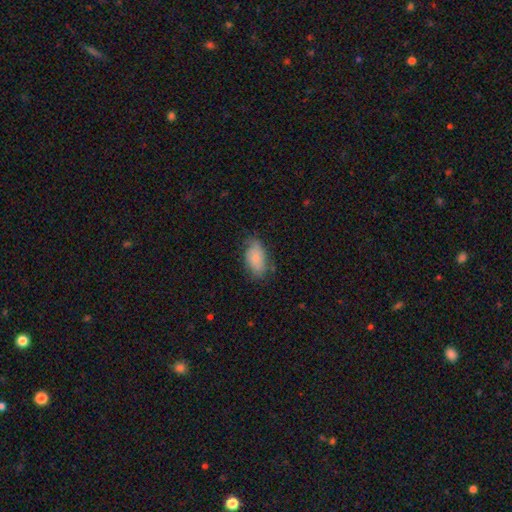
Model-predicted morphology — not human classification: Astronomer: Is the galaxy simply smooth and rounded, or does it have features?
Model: smooth — 70%.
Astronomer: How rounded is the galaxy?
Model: in between — 93%.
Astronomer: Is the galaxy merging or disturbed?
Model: none — 61%.